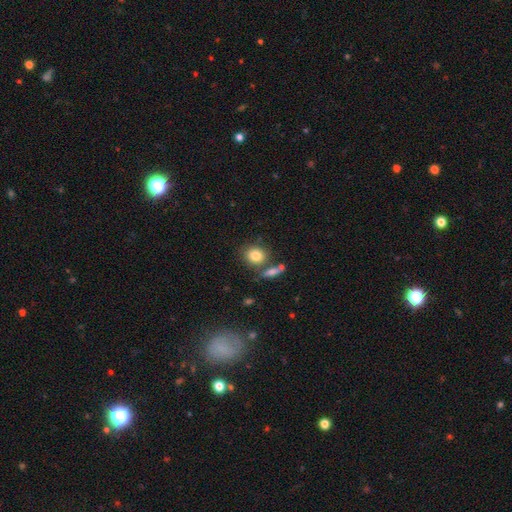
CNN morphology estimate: Q: Smooth or featured?
A: smooth (82%); runner-up: featured or disk (9%)
Q: How rounded?
A: round (67%); runner-up: in between (31%)
Q: Merging?
A: none (67%); runner-up: merger (17%)